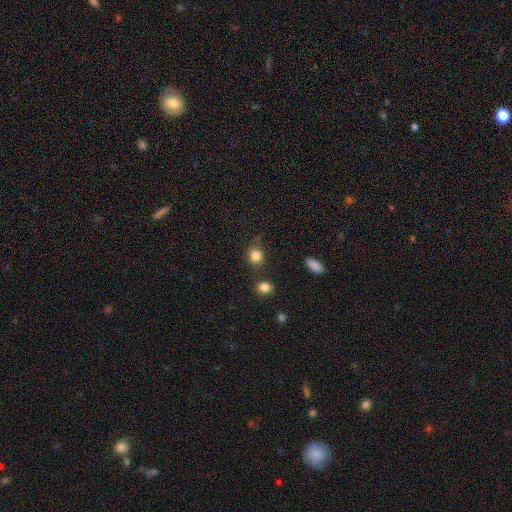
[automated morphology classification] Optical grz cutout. It shows a smooth galaxy with no disk features (84%) that is round (80%). Merging: none (69%).